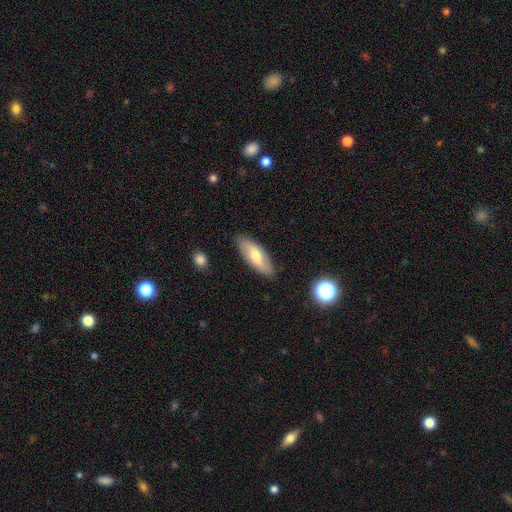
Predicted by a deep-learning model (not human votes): Overall: smooth (59%; featured or disk 35%). How rounded: in between (73%). Merging: none (85%).